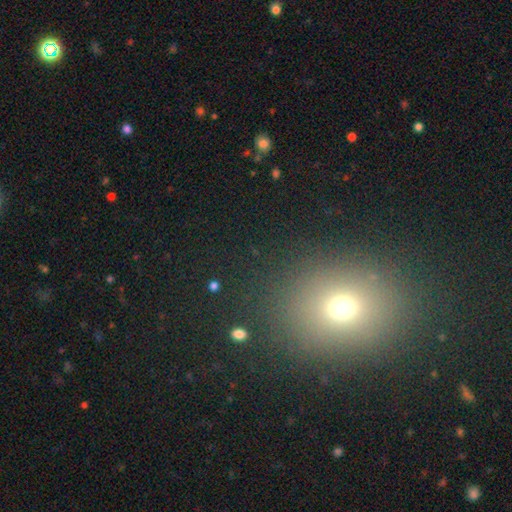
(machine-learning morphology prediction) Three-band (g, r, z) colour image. It shows a smooth galaxy with no disk features (59%) that is round (55%). Merging: none (88%).